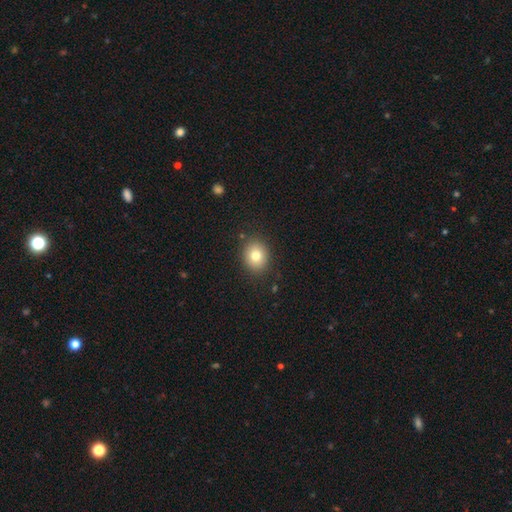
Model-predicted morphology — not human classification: A smooth galaxy with no disk features (79%) that is round (67%).

Vote fractions:
- Smooth or featured? smooth: 79% / star or artifact: 11% / featured or disk: 10%
- How rounded? round: 67% / in between: 33% / cigar-shaped: 1%
- Merging? none: 87% / minor disturbance: 9% / major disturbance: 3% / merger: 2%